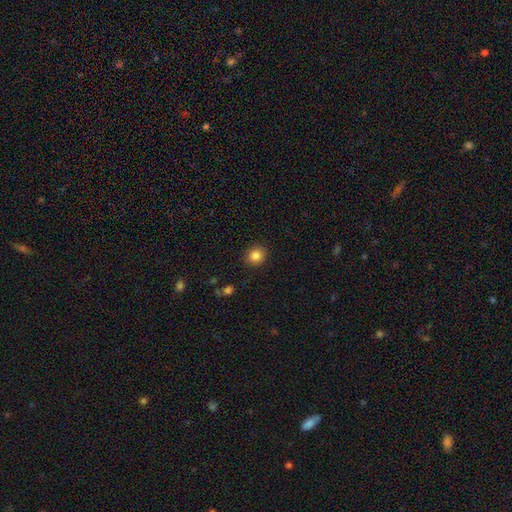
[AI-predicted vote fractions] Q: Smooth or featured?
A: smooth (85%); runner-up: star or artifact (10%)
Q: How rounded?
A: round (83%); runner-up: in between (16%)
Q: Merging?
A: none (90%); runner-up: minor disturbance (7%)